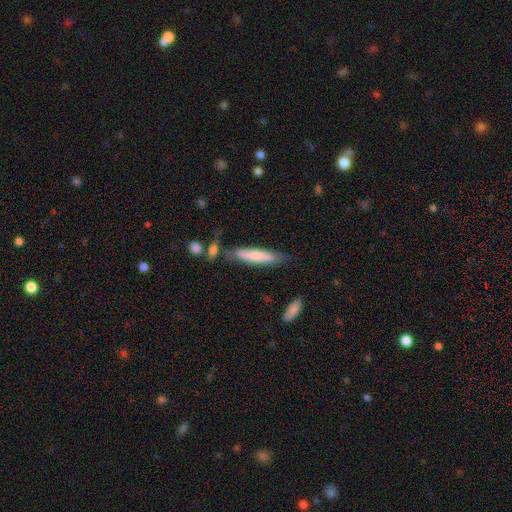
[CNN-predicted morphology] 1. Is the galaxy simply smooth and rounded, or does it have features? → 64% smooth, 31% featured or disk, 5% star or artifact.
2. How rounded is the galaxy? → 84% cigar-shaped, 15% in between, 1% round.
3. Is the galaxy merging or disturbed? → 71% none, 19% minor disturbance, 6% merger, 4% major disturbance.